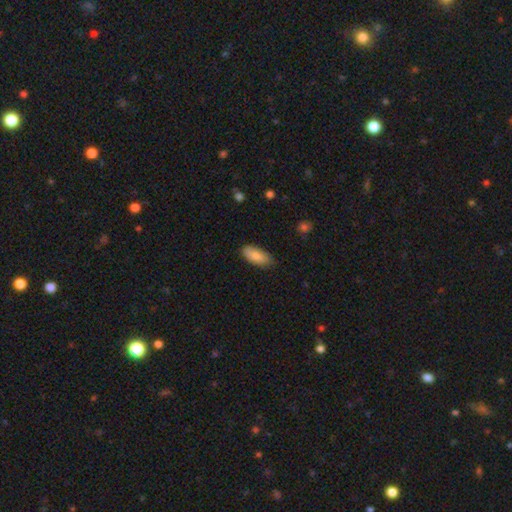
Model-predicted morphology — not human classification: Q: Smooth or featured?
A: smooth (85%); runner-up: featured or disk (9%)
Q: How rounded?
A: in between (85%); runner-up: cigar-shaped (13%)
Q: Merging?
A: none (79%); runner-up: minor disturbance (17%)